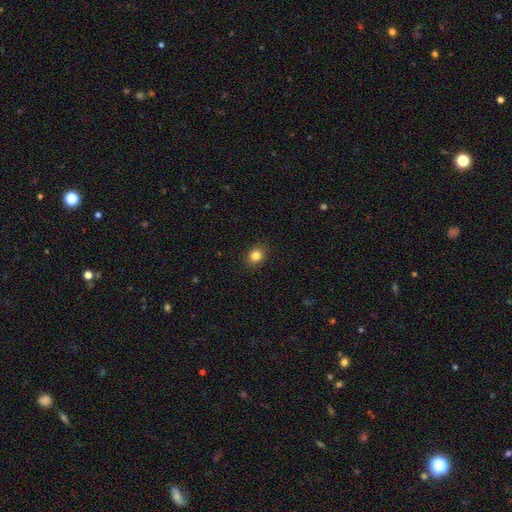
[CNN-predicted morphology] Smooth or featured? smooth (83%)
How rounded? round (66%)
Merging? none (89%)